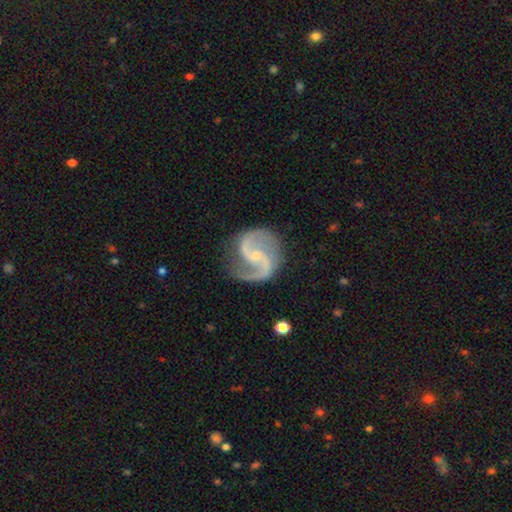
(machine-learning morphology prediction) smooth_or_featured: featured or disk (p=0.92) [alt: star or artifact p=0.04]
disk_edge_on: no (p=0.98) [alt: yes p=0.02]
bar: weak (p=0.44) [alt: no p=0.39]
has_spiral_arms: yes (p=0.98) [alt: no p=0.02]
spiral_winding: medium (p=0.57) [alt: loose p=0.31]
spiral_arm_count: 2 (p=0.94) [alt: 1 p=0.02]
bulge_size: small (p=0.69) [alt: moderate p=0.19]
merging: none (p=0.79) [alt: minor disturbance p=0.14]